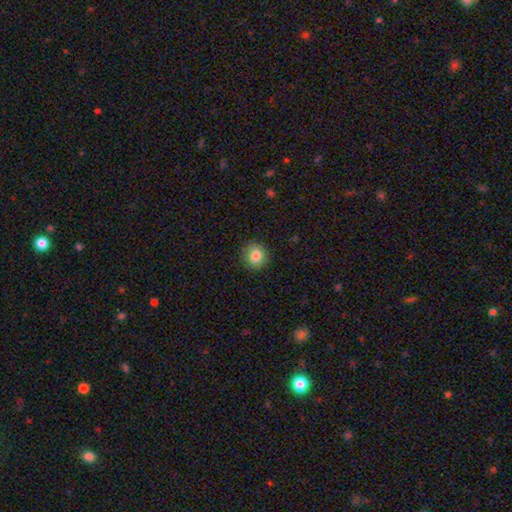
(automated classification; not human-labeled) smooth 84%, star or artifact 10%, featured or disk 6%. Down the decision tree: how rounded — round (83%); merging — none (88%).